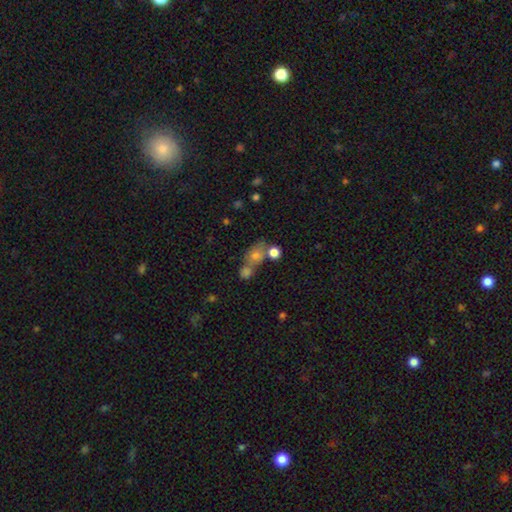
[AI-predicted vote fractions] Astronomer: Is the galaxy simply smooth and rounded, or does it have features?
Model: smooth — 63%.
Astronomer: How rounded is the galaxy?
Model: round — 52% (runner-up: in between, 45%).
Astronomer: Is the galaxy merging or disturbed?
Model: merger — 44% (runner-up: none, 39%).